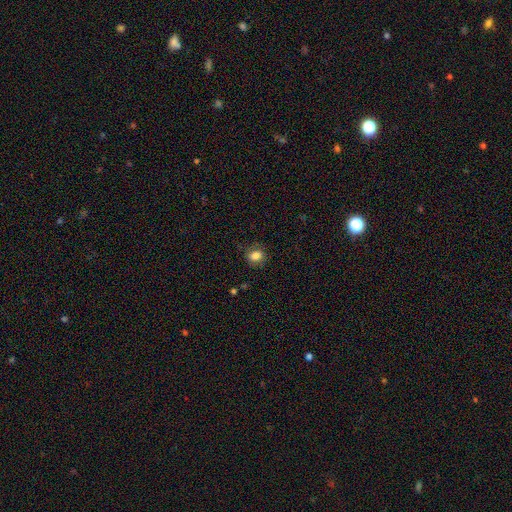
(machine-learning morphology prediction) Smooth or featured: smooth — 82% (star or artifact — 10%)
How rounded: round — 59% (in between — 40%)
Merging: none — 81% (minor disturbance — 14%)